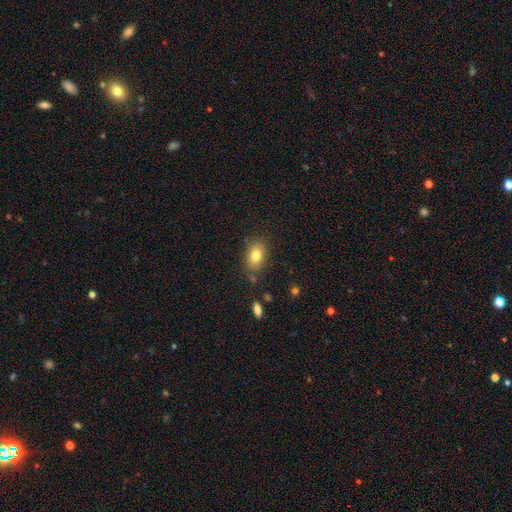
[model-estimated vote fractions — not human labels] Q: Smooth or featured?
A: smooth (80%); runner-up: featured or disk (11%)
Q: How rounded?
A: in between (84%); runner-up: round (15%)
Q: Merging?
A: none (79%); runner-up: minor disturbance (13%)